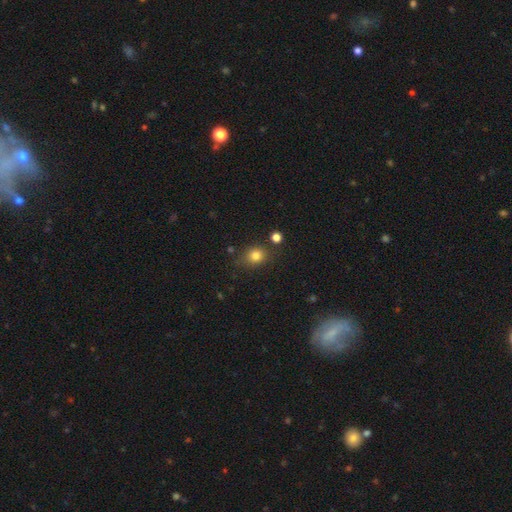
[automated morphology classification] smooth 80%, star or artifact 13%, featured or disk 7%. Down the decision tree: how rounded — round (66%); merging — none (75%).